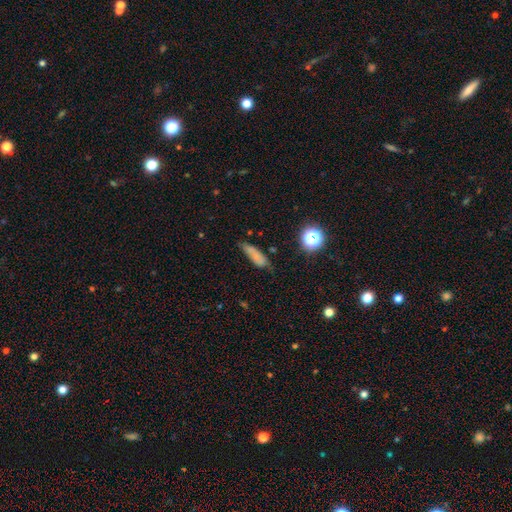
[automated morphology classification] Q: Smooth or featured?
A: smooth (70%); runner-up: featured or disk (16%)
Q: How rounded?
A: cigar-shaped (49%); runner-up: in between (46%)
Q: Merging?
A: none (55%); runner-up: minor disturbance (31%)